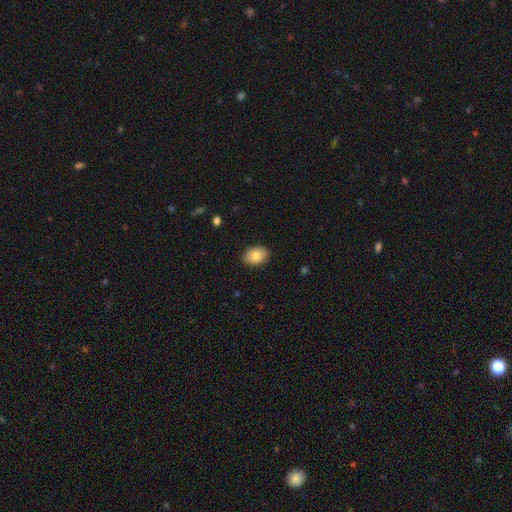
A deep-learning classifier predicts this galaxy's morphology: Overall: smooth (81%). How rounded: in between (79%). Merging: none (88%).